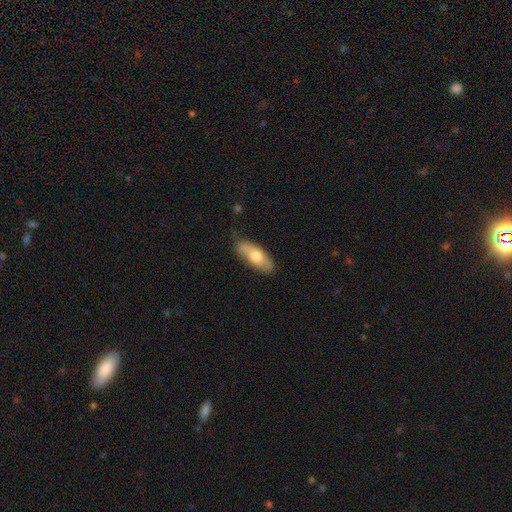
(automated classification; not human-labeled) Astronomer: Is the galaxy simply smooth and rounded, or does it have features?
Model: smooth — 67%.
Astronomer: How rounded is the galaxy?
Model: in between — 71%.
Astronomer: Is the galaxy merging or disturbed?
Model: none — 76%.